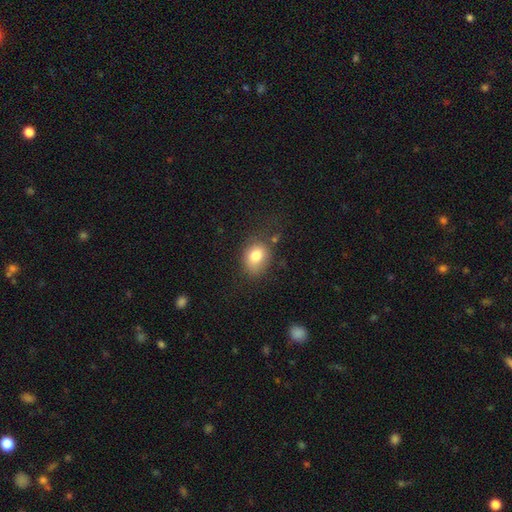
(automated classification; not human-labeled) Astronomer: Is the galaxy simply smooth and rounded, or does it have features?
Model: smooth — 80%.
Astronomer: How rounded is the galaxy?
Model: in between — 62%.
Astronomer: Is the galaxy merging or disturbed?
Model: none — 62%.